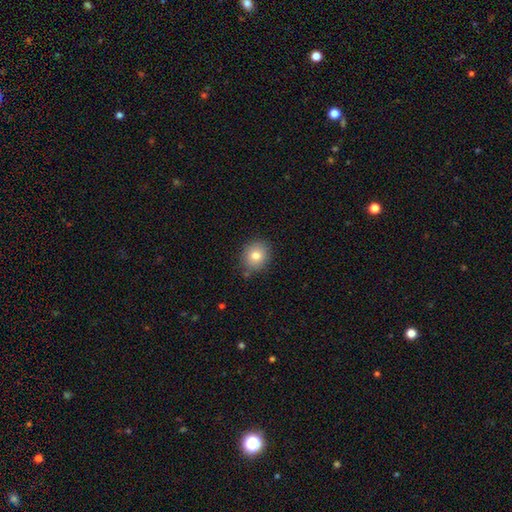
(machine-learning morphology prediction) A smooth galaxy with no disk features (79%) that is round (77%).

Vote fractions:
- Smooth or featured? smooth: 79% / star or artifact: 10% / featured or disk: 10%
- How rounded? round: 77% / in between: 22% / cigar-shaped: 1%
- Merging? none: 82% / minor disturbance: 12% / major disturbance: 3% / merger: 3%